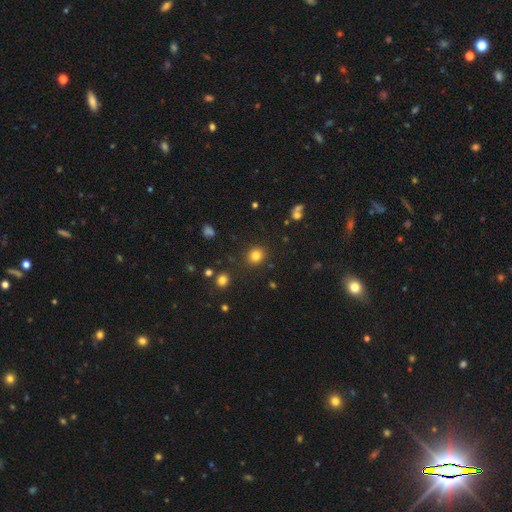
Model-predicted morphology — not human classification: A smooth galaxy with no disk features (82%) that is round (83%).

Vote fractions:
- Smooth or featured? smooth: 82% / star or artifact: 13% / featured or disk: 6%
- How rounded? round: 83% / in between: 16% / cigar-shaped: 1%
- Merging? none: 89% / minor disturbance: 7% / major disturbance: 3% / merger: 2%